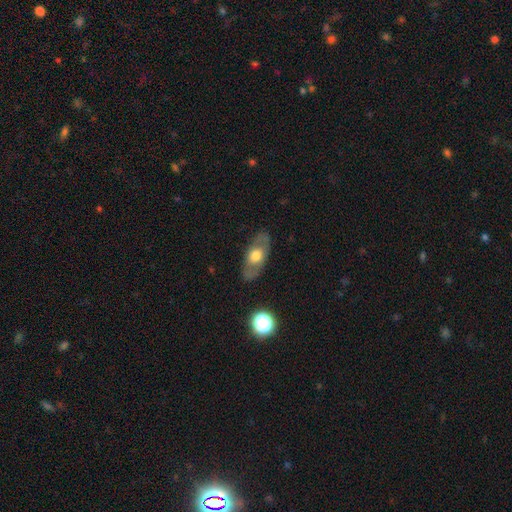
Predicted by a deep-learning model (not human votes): Smooth or featured? Predicted: featured or disk (p=0.49). Merging? Predicted: none (p=0.81).